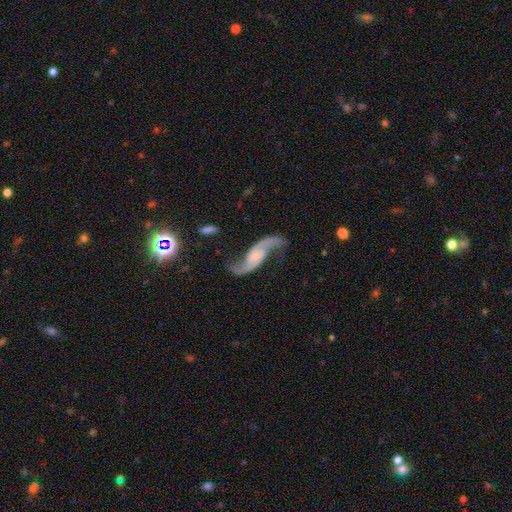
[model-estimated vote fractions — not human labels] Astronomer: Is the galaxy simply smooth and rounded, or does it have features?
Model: featured or disk — 89%.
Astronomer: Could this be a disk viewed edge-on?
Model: no — 95%.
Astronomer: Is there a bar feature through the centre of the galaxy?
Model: no — 61%.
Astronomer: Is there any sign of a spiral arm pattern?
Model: yes — 97%.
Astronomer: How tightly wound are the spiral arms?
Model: loose — 83%.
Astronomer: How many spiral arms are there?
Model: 2 — 93%.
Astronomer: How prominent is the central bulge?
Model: small — 63%.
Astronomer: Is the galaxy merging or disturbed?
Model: none — 72%.